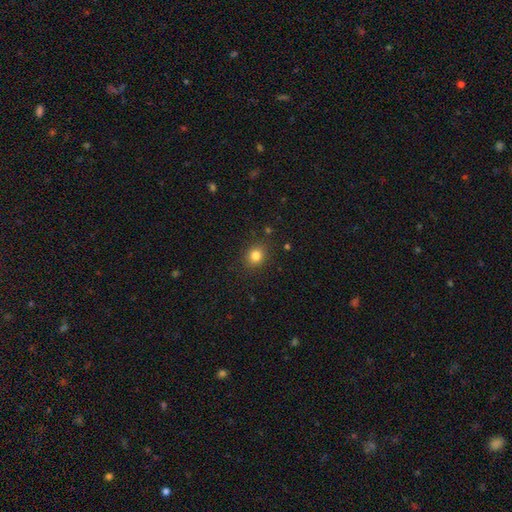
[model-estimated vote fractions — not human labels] Overall: smooth (81%). How rounded: round (74%). Merging: none (88%).